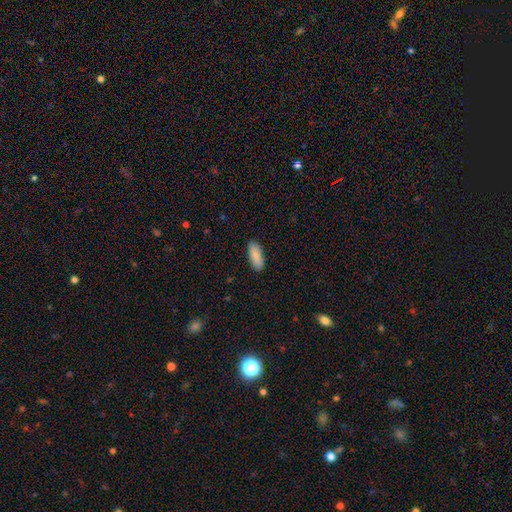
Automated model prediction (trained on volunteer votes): Q: Smooth or featured?
A: smooth (87%); runner-up: featured or disk (7%)
Q: How rounded?
A: in between (79%); runner-up: cigar-shaped (19%)
Q: Merging?
A: none (88%); runner-up: minor disturbance (9%)